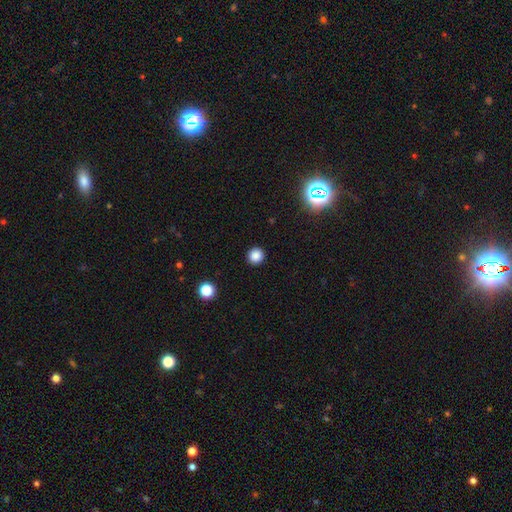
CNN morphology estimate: Smooth or featured: smooth — 85% (star or artifact — 12%)
How rounded: round — 94% (in between — 5%)
Merging: none — 93% (minor disturbance — 5%)